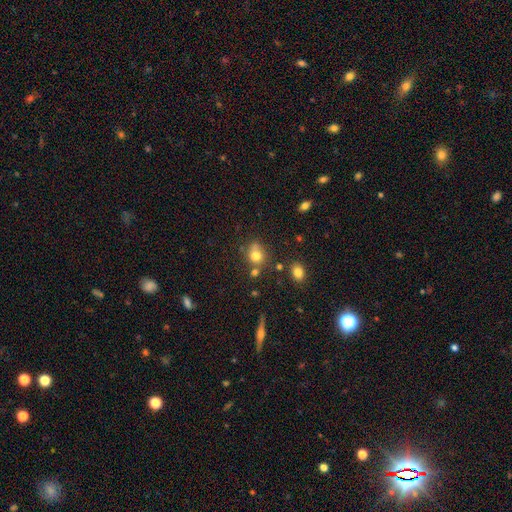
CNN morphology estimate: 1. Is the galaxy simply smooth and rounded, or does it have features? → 75% smooth, 14% star or artifact, 11% featured or disk.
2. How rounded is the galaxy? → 65% round, 33% in between, 1% cigar-shaped.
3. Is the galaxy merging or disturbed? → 52% none, 20% merger, 20% minor disturbance, 8% major disturbance.